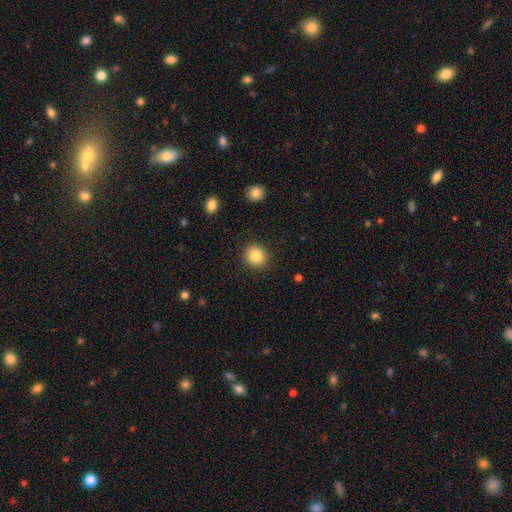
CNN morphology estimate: smooth-or-featured: smooth: 86% | star or artifact: 9% | featured or disk: 5%
  how-rounded: round: 83% | in between: 16% | cigar-shaped: 1%
  merging: none: 90% | minor disturbance: 6% | major disturbance: 2% | merger: 1%